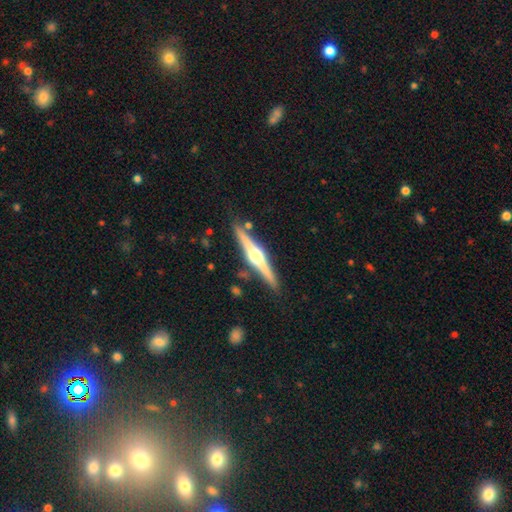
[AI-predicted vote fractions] Smooth or featured?
  - featured or disk: 81% *
  - smooth: 14%
  - star or artifact: 5%
Edge-on disk?
  - yes: 98% *
  - no: 2%
Edge-on bulge?
  - rounded: 95% *
  - boxy: 3%
  - none: 2%
Merging?
  - none: 87% *
  - minor disturbance: 9%
  - merger: 3%
  - major disturbance: 2%